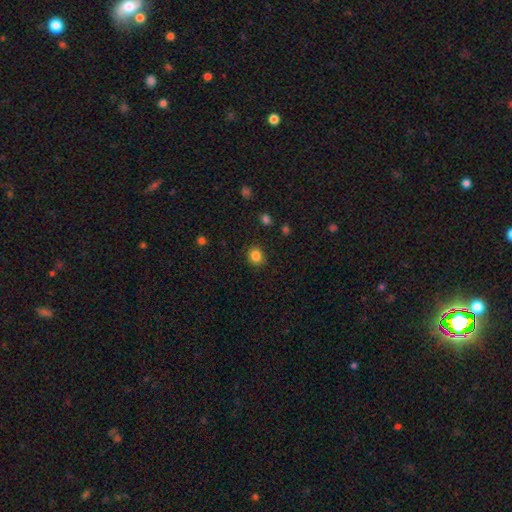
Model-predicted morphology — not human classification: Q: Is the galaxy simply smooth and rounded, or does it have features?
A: smooth — 85%.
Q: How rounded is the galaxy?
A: round — 78%.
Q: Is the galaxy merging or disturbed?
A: none — 88%.